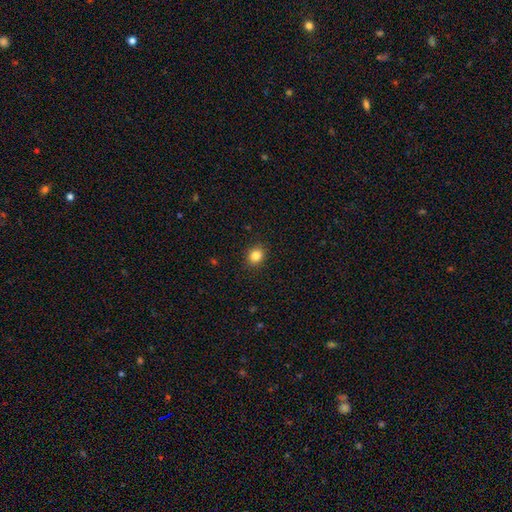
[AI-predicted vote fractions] This appears to be a smooth galaxy with no disk features (84%) that is round (71%). Merging: none (90%).